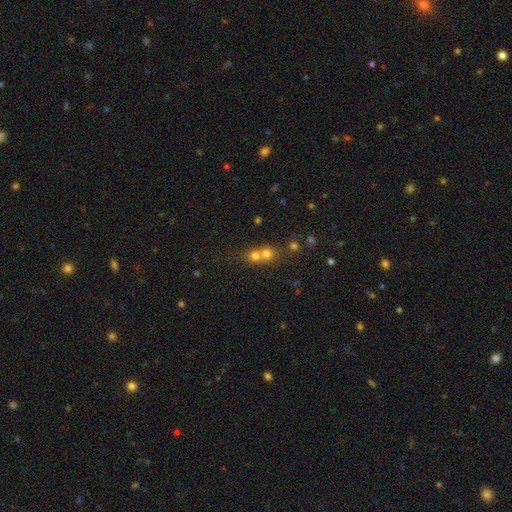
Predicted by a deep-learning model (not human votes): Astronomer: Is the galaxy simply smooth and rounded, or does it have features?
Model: smooth — 69%.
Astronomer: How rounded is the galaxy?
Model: round — 81%.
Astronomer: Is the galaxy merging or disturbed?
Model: merger — 63%.